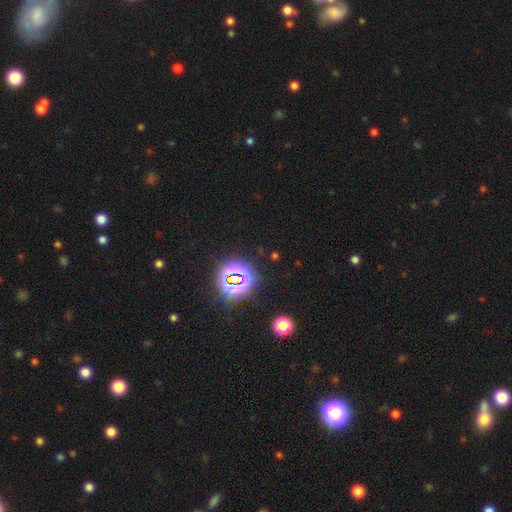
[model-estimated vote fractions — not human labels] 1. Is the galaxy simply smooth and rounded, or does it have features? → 79% star or artifact, 15% smooth, 7% featured or disk.